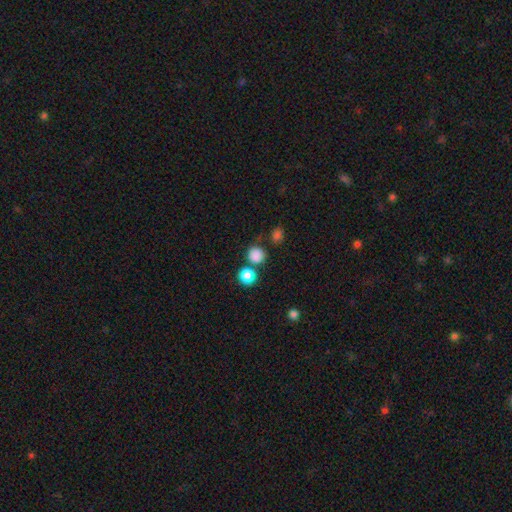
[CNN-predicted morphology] smooth_or_featured: smooth (p=0.81) [alt: star or artifact p=0.15]
how_rounded: round (p=0.90) [alt: in between p=0.09]
merging: none (p=0.75) [alt: merger p=0.12]